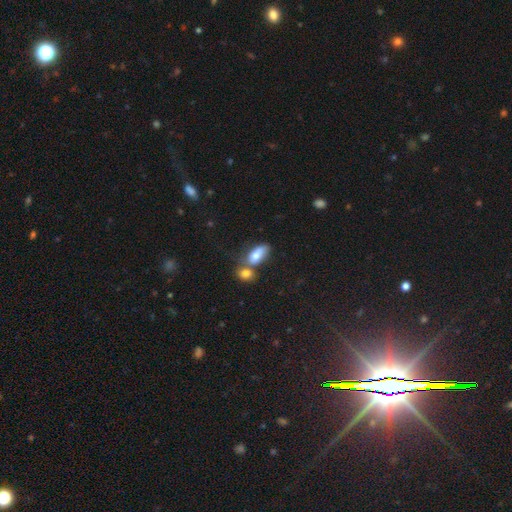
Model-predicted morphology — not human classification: Smooth or featured? Predicted: smooth (p=0.75). How rounded? Predicted: in between (p=0.85). Merging? Predicted: merger (p=0.51).